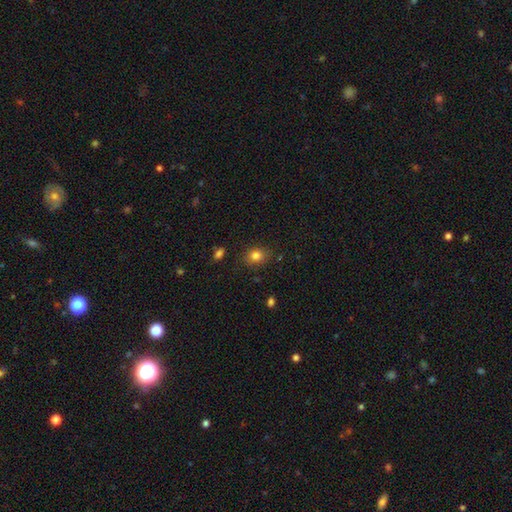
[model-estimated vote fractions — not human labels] Smooth or featured? smooth (82%)
How rounded? round (52%)
Merging? none (82%)